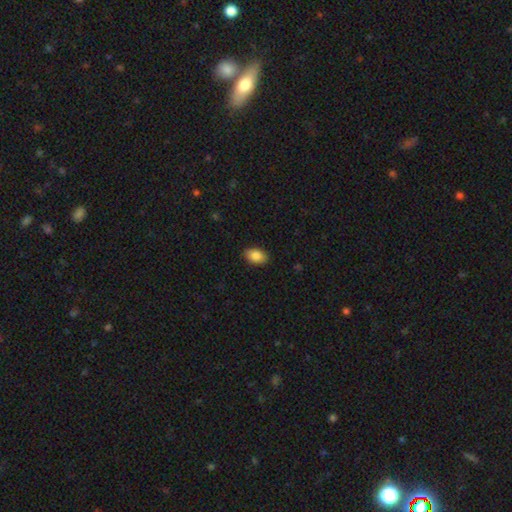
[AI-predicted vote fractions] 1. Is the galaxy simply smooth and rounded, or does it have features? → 87% smooth, 7% star or artifact, 6% featured or disk.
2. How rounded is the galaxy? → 90% in between, 9% round, 1% cigar-shaped.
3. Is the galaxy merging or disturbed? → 89% none, 8% minor disturbance, 2% major disturbance, 1% merger.